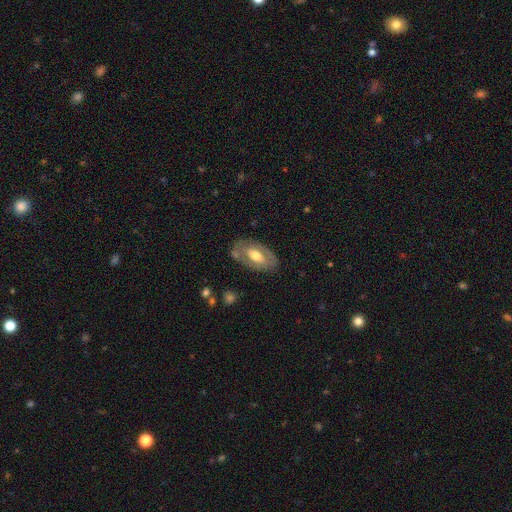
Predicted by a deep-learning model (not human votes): Smooth or featured? Predicted: featured or disk (p=0.52). Edge-on disk? Predicted: no (p=0.87). Merging? Predicted: none (p=0.74).